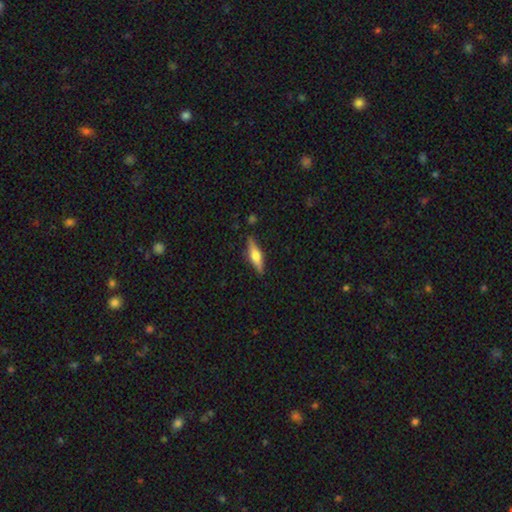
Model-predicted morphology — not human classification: Smooth or featured?
  - featured or disk: 51% *
  - smooth: 43%
  - star or artifact: 6%
Edge-on disk?
  - yes: 94% *
  - no: 6%
Merging?
  - none: 86% *
  - minor disturbance: 11%
  - major disturbance: 2%
  - merger: 2%